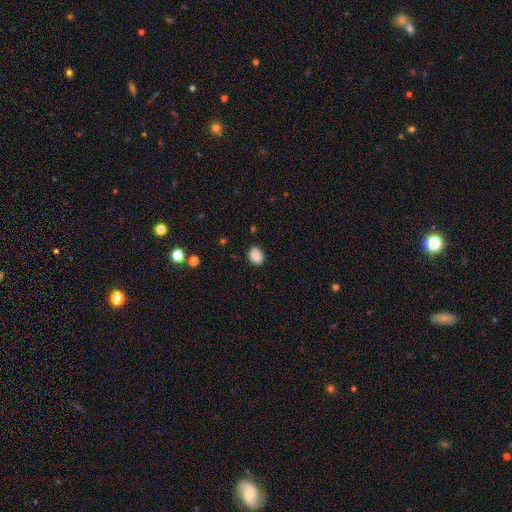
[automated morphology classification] type=smooth (88%); roundness=in between (72%); merging=none (83%).